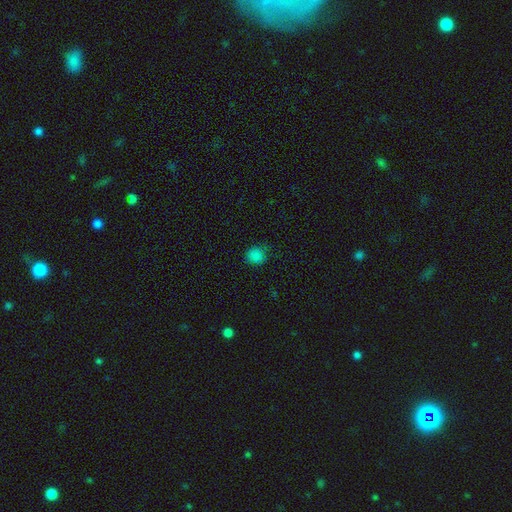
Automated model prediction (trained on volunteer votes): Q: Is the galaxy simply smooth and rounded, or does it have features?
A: smooth — 82%.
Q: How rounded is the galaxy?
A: round — 85%.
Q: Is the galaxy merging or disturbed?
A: none — 83%.